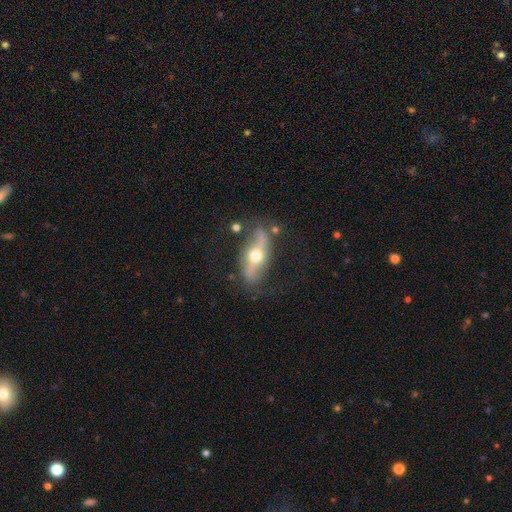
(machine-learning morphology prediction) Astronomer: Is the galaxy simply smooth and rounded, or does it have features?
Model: featured or disk — 72%.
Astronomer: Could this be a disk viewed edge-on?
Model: no — 74%.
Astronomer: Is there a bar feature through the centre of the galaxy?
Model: no — 44% (runner-up: strong, 31%).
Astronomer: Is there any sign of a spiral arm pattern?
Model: yes — 74%.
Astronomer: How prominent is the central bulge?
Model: moderate — 74%.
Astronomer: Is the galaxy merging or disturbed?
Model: none — 71%.